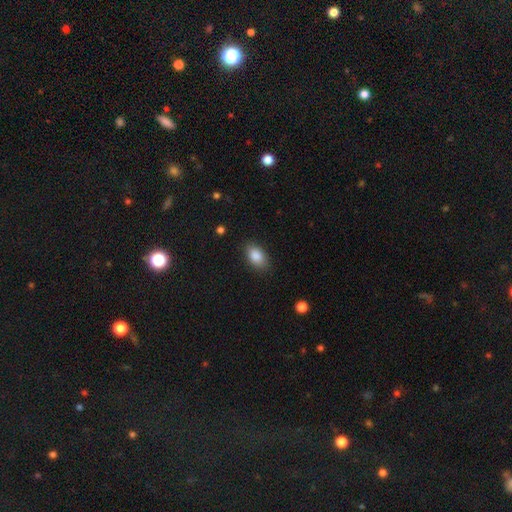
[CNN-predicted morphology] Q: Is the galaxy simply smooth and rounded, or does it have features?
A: smooth — 87%.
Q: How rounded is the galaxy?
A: in between — 90%.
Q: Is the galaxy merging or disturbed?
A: none — 84%.